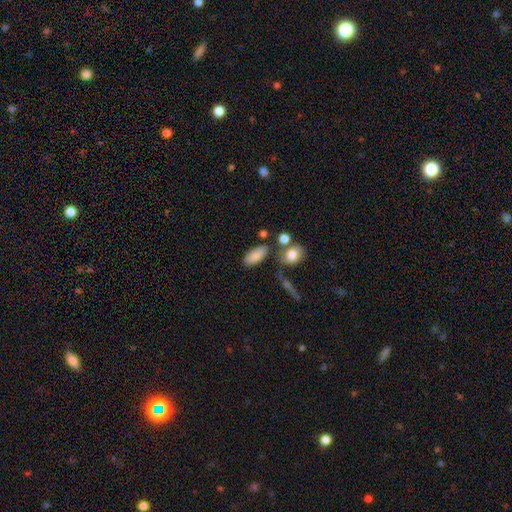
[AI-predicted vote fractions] Overall: smooth (83%). How rounded: in between (88%). Merging: none (72%).